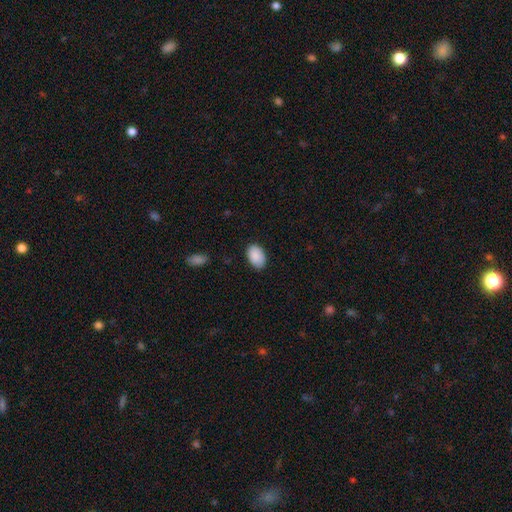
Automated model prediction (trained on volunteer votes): The model was most divided on "merging": none: 83%, minor disturbance: 13%, major disturbance: 2%, merger: 1%. More confident: how rounded — in between (90%); smooth or featured — smooth (90%).